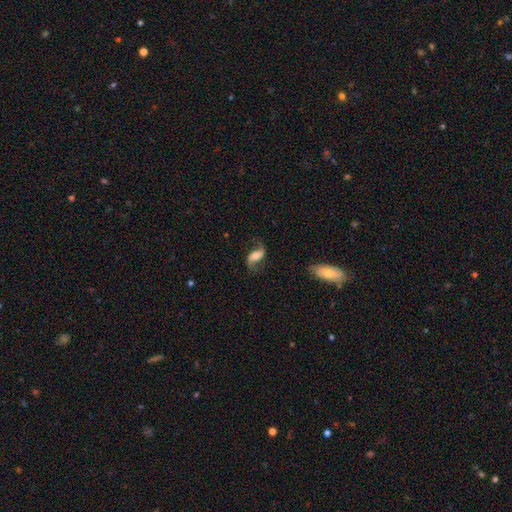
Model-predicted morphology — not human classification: Q: Smooth or featured?
A: featured or disk (74%); runner-up: smooth (18%)
Q: Edge-on disk?
A: no (95%); runner-up: yes (5%)
Q: Bar?
A: no (40%); runner-up: weak (37%)
Q: Spiral arms?
A: yes (94%); runner-up: no (6%)
Q: Spiral winding?
A: loose (78%); runner-up: medium (17%)
Q: Spiral arm count?
A: 2 (92%); runner-up: 1 (3%)
Q: Bulge size?
A: moderate (43%); runner-up: small (26%)
Q: Merging?
A: none (73%); runner-up: minor disturbance (16%)